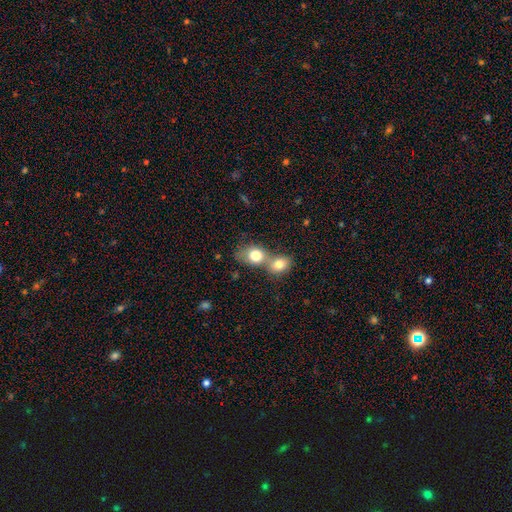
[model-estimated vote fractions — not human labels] smooth-or-featured: smooth: 78% | featured or disk: 13% | star or artifact: 9%
  how-rounded: round: 59% | in between: 40% | cigar-shaped: 1%
  merging: merger: 64% | none: 25% | minor disturbance: 7% | major disturbance: 4%